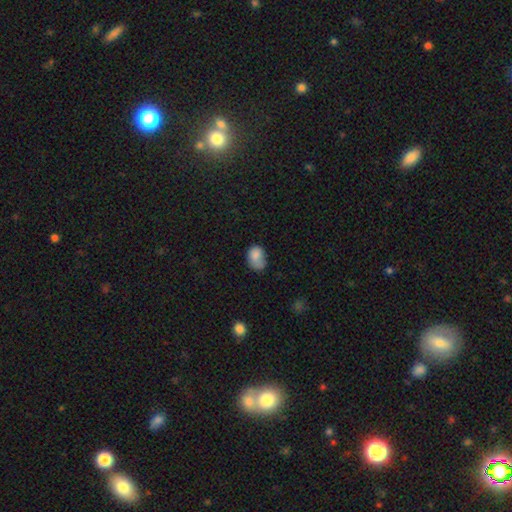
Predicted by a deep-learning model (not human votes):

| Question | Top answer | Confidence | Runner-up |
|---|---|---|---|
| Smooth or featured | smooth | 80% | featured or disk (11%) |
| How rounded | in between | 72% | round (27%) |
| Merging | none | 38% | minor disturbance (33%) |